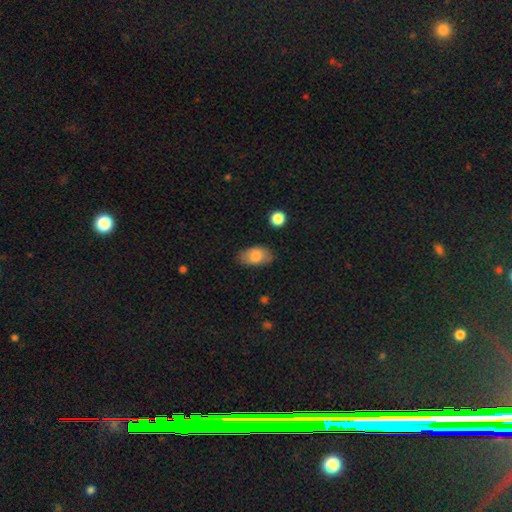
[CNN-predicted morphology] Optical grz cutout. It shows a smooth galaxy with no disk features (78%) that is in between round and cigar-shaped (92%). Merging: none (77%).